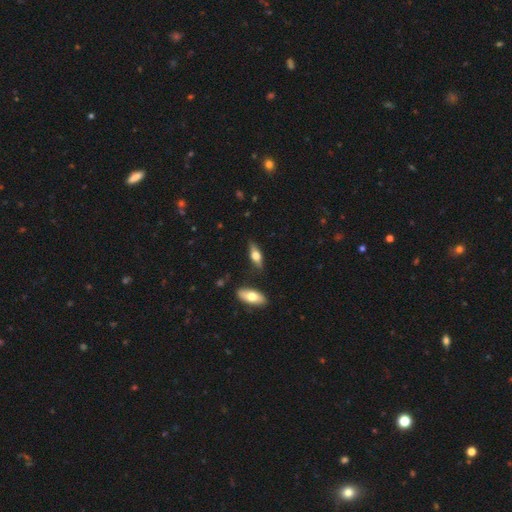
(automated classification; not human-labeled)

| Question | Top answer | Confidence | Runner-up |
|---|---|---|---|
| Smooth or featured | smooth | 51% | featured or disk (42%) |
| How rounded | in between | 61% | cigar-shaped (35%) |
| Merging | none | 79% | minor disturbance (13%) |